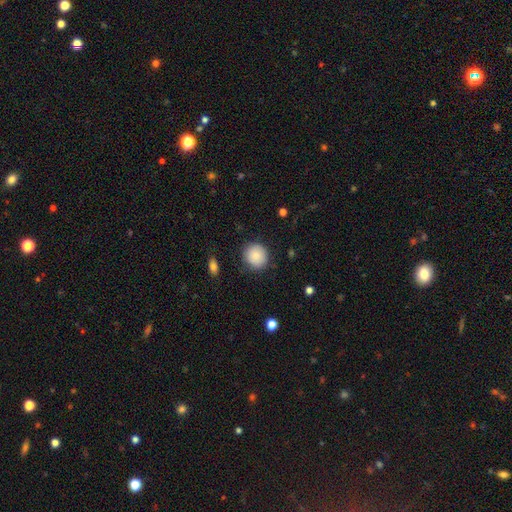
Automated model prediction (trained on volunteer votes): smooth-or-featured: smooth: 86% | star or artifact: 8% | featured or disk: 6%
  how-rounded: round: 90% | in between: 9% | cigar-shaped: 1%
  merging: none: 84% | minor disturbance: 11% | major disturbance: 3% | merger: 1%